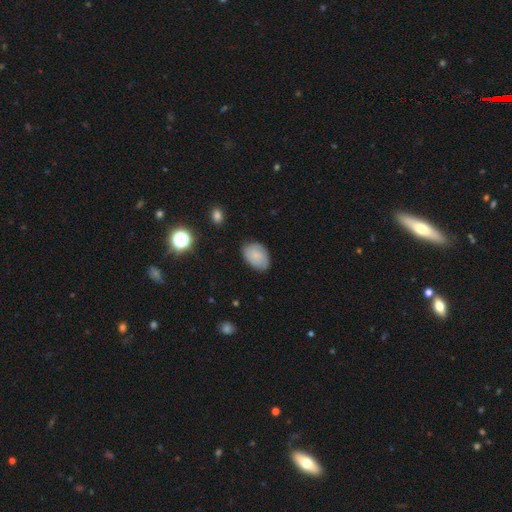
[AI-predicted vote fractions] The model was most divided on "smooth or featured": smooth: 73%, featured or disk: 19%, star or artifact: 8%. More confident: how rounded — in between (86%); merging — none (75%).